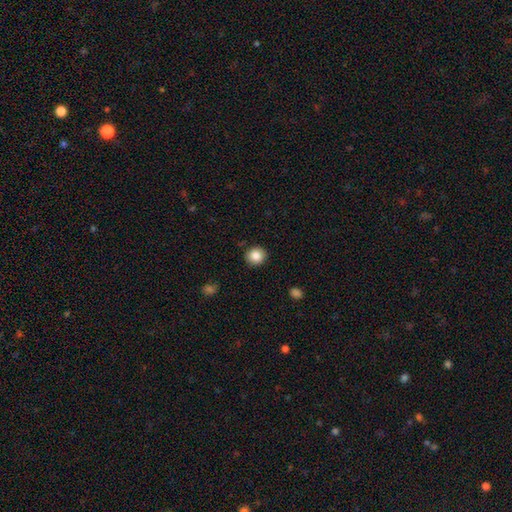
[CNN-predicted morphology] This is clearly a smooth galaxy (86%). How rounded: clearly round (88%). Merging: clearly none (90%).